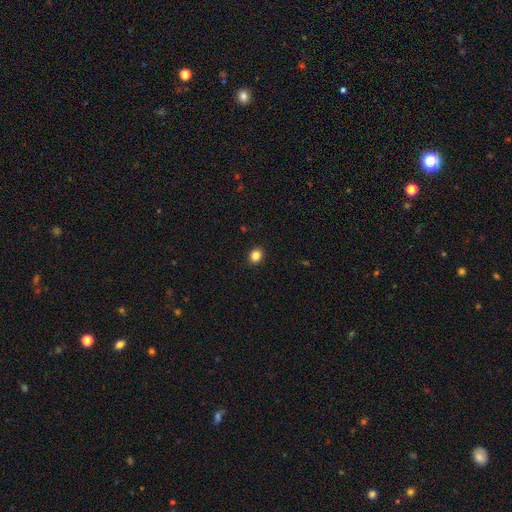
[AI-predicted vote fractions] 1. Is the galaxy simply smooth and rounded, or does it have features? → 85% smooth, 11% star or artifact, 4% featured or disk.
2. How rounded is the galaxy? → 68% round, 31% in between, 1% cigar-shaped.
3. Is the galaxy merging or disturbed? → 91% none, 6% minor disturbance, 2% major disturbance, 1% merger.